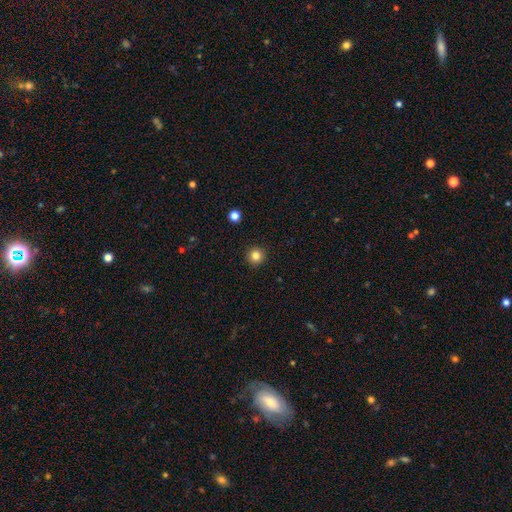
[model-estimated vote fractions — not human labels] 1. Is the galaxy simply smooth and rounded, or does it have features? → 83% smooth, 12% star or artifact, 5% featured or disk.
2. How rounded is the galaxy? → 95% round, 4% in between, 1% cigar-shaped.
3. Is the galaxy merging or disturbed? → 93% none, 4% minor disturbance, 2% major disturbance, 1% merger.